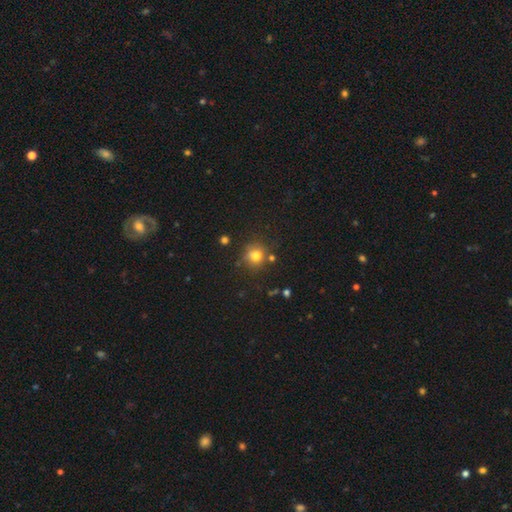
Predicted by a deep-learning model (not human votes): Smooth or featured? Predicted: smooth (p=0.77). How rounded? Predicted: round (p=0.88). Merging? Predicted: none (p=0.77).